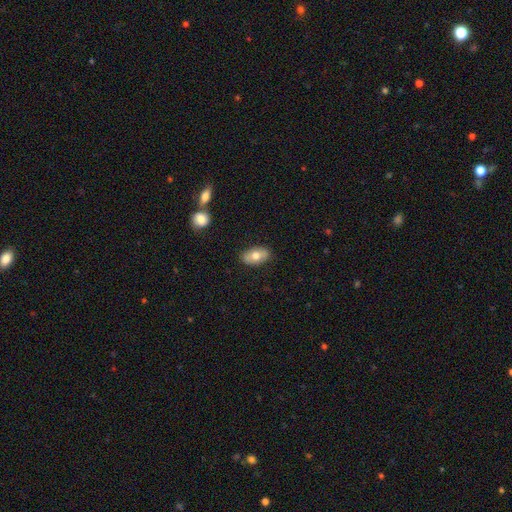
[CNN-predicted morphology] Overall: smooth (69%). How rounded: in between (91%). Merging: none (86%).